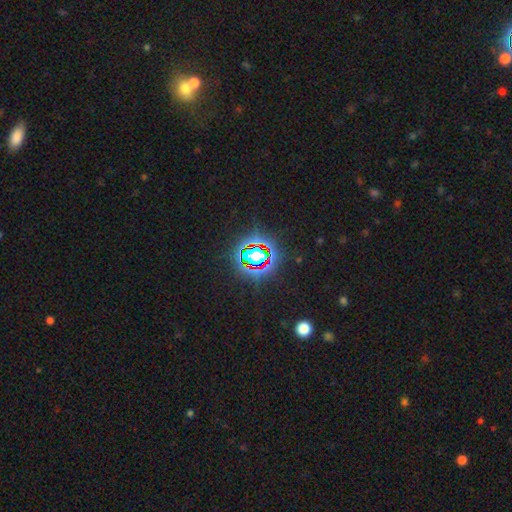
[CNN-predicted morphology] The model was most divided on "smooth or featured": star or artifact: 73%, smooth: 16%, featured or disk: 11%.